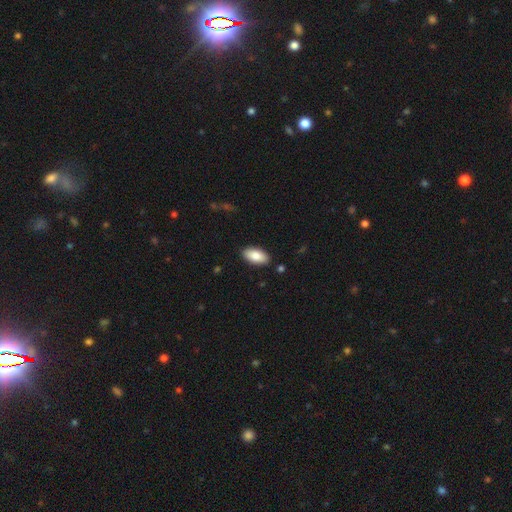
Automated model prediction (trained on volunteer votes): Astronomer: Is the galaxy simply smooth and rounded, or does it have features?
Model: smooth — 83%.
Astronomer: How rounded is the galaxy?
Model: in between — 93%.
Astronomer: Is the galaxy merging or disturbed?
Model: none — 89%.